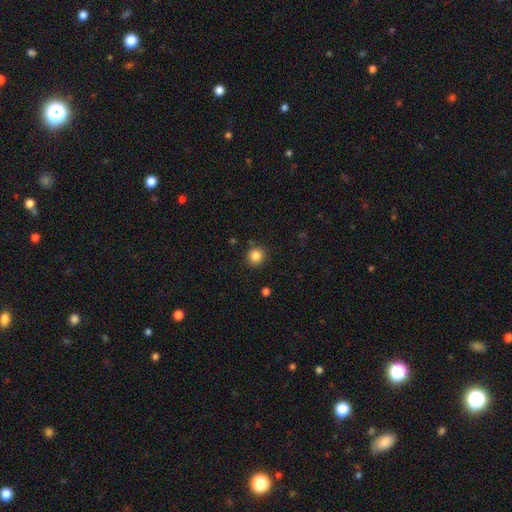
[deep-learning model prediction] A smooth galaxy with no disk features (85%) that is round (90%). Merging: none (86%).